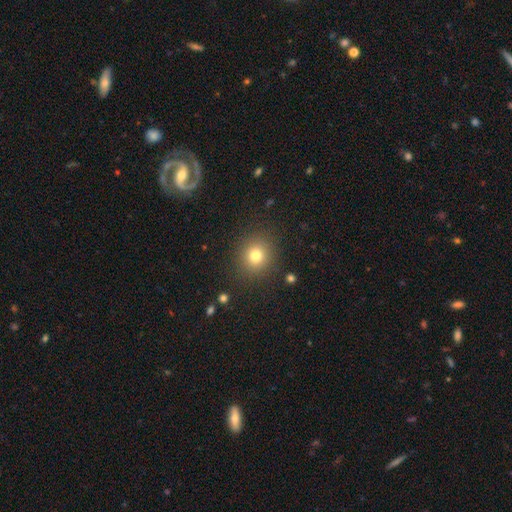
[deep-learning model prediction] A smooth galaxy with no disk features (78%) that is round (87%).

Vote fractions:
- Smooth or featured? smooth: 78% / star or artifact: 14% / featured or disk: 8%
- How rounded? round: 87% / in between: 12% / cigar-shaped: 1%
- Merging? none: 88% / minor disturbance: 7% / major disturbance: 3% / merger: 1%